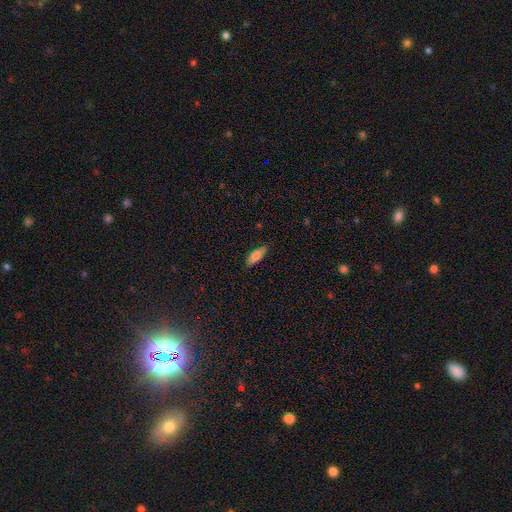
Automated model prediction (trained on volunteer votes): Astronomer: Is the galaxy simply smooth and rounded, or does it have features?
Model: smooth — 77%.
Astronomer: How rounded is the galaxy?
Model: in between — 63%.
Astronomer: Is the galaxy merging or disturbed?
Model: none — 83%.